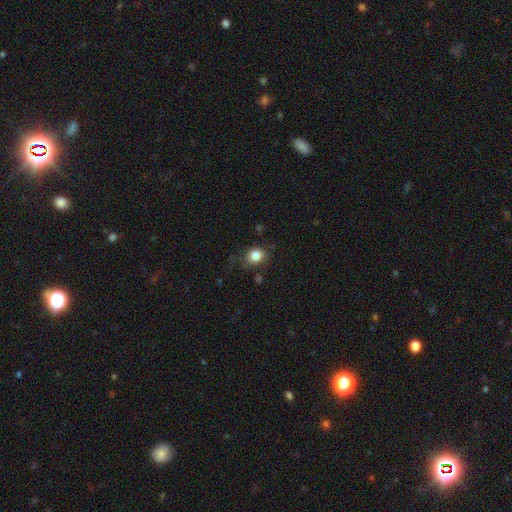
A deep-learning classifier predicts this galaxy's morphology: smooth 83%, star or artifact 11%, featured or disk 6%. Down the decision tree: how rounded — round (66%); merging — none (74%).